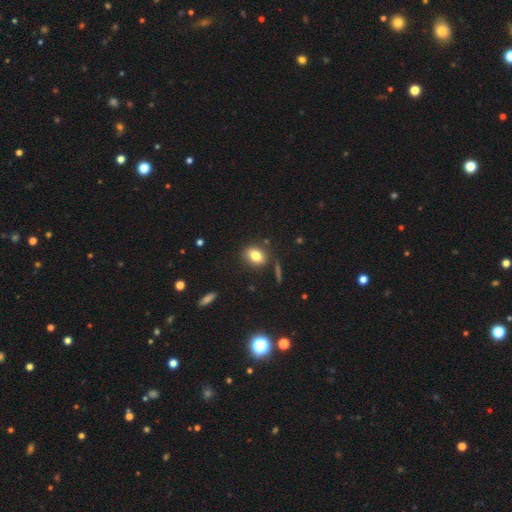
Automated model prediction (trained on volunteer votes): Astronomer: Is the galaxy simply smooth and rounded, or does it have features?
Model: smooth — 80%.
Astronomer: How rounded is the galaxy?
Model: in between — 67%.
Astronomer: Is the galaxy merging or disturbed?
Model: none — 82%.